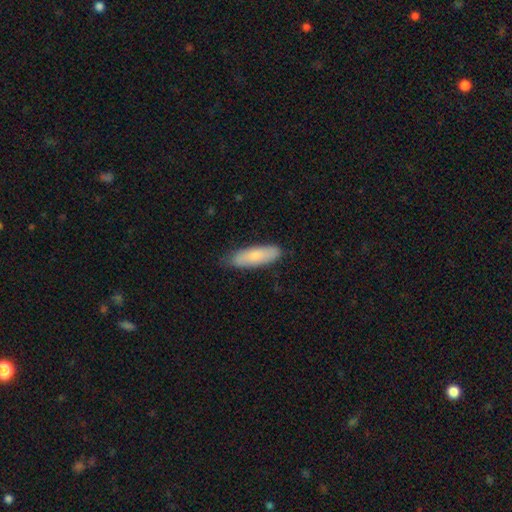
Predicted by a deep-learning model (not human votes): Smooth or featured? smooth (79%)
How rounded? in between (52%)
Merging? none (80%)